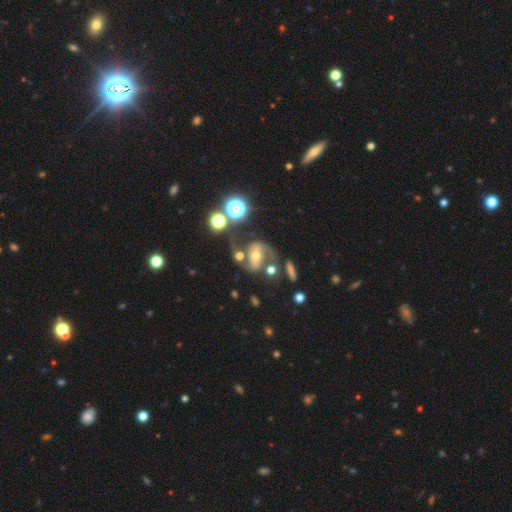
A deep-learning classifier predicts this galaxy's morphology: A featured or disk galaxy (79%) with a strong bar (38%), 2 (88%) medium (51%) spiral arms (92%) and a moderate central bulge (64%). Merging: none (54%).